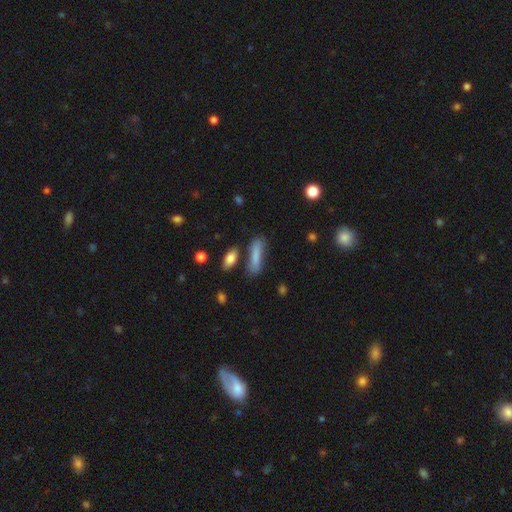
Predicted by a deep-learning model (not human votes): Smooth or featured? Predicted: smooth (p=0.80). How rounded? Predicted: cigar-shaped (p=0.68). Merging? Predicted: none (p=0.67).